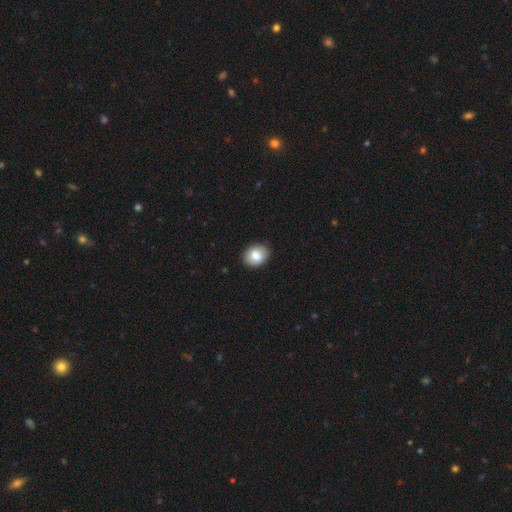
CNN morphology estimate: Smooth or featured?
  - smooth: 84% *
  - featured or disk: 9%
  - star or artifact: 8%
How rounded?
  - in between: 61% *
  - round: 38%
  - cigar-shaped: 1%
Merging?
  - none: 86% *
  - minor disturbance: 11%
  - major disturbance: 2%
  - merger: 1%